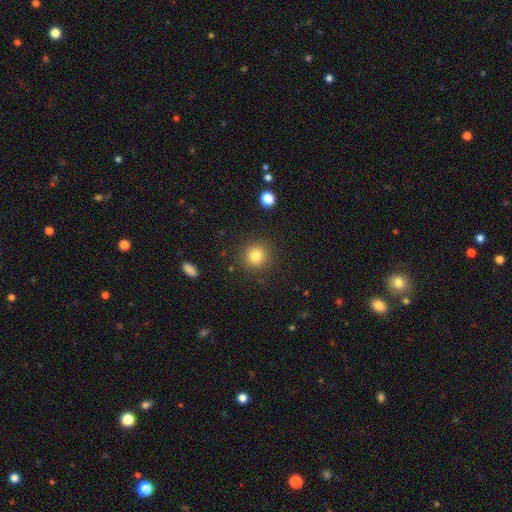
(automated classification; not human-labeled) Smooth or featured? smooth (82%)
How rounded? round (92%)
Merging? none (89%)